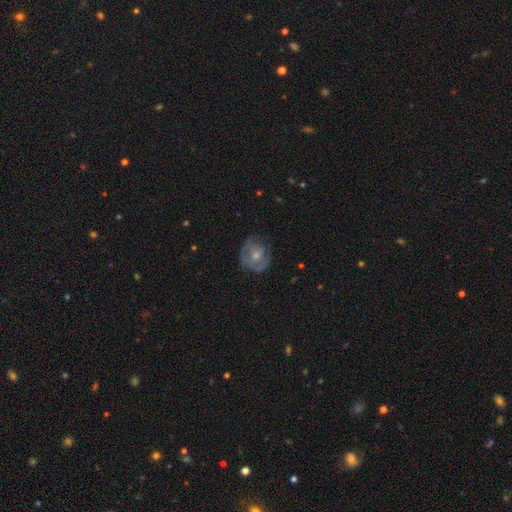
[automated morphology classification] Smooth or featured: featured or disk — 49% (smooth — 43%)
Merging: none — 60% (minor disturbance — 25%)